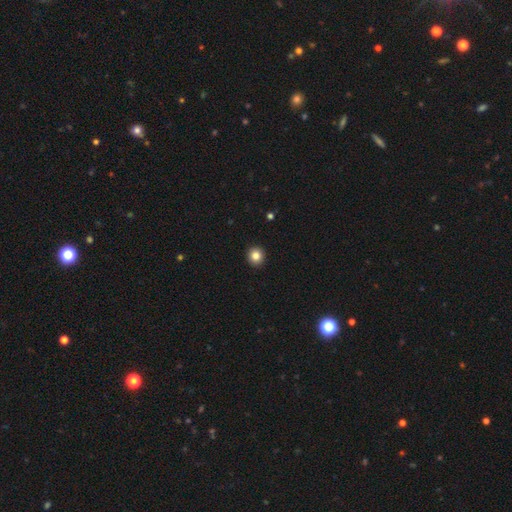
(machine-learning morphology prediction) Q: Smooth or featured?
A: smooth (84%); runner-up: star or artifact (11%)
Q: How rounded?
A: round (93%); runner-up: in between (6%)
Q: Merging?
A: none (94%); runner-up: minor disturbance (4%)